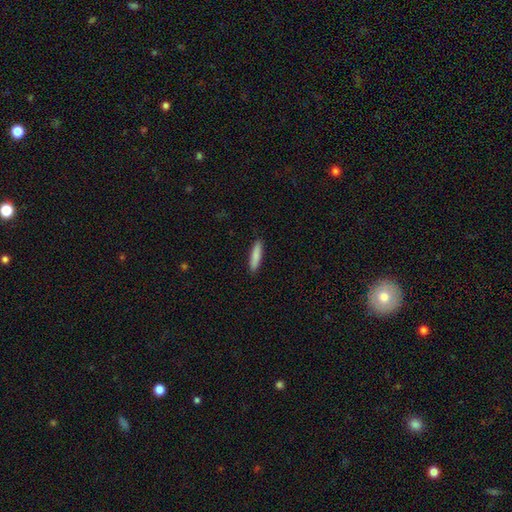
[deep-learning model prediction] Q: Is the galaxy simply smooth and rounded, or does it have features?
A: smooth — 86%.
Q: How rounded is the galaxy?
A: cigar-shaped — 82%.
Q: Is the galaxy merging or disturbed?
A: none — 91%.